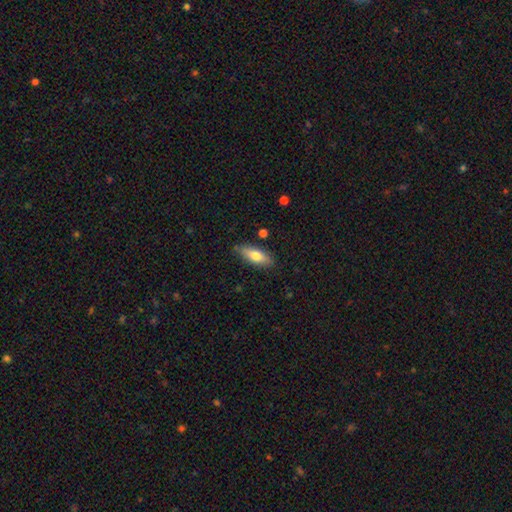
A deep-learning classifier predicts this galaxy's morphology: The model was most divided on "how rounded": in between: 67%, cigar-shaped: 30%, round: 3%. More confident: merging — none (84%); smooth or featured — smooth (72%).